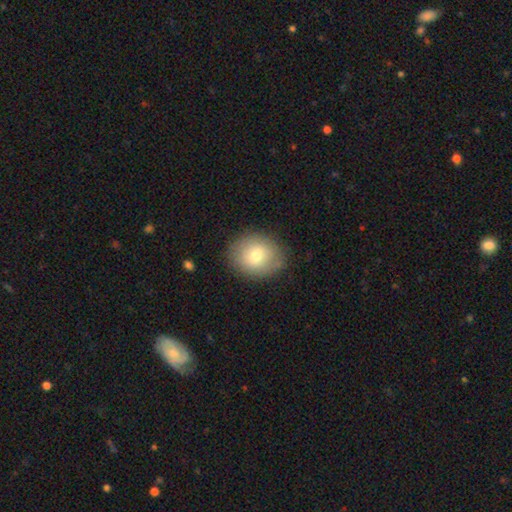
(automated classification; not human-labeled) The model was most divided on "how rounded": round: 63%, in between: 36%, cigar-shaped: 1%. More confident: merging — none (84%); smooth or featured — smooth (74%).